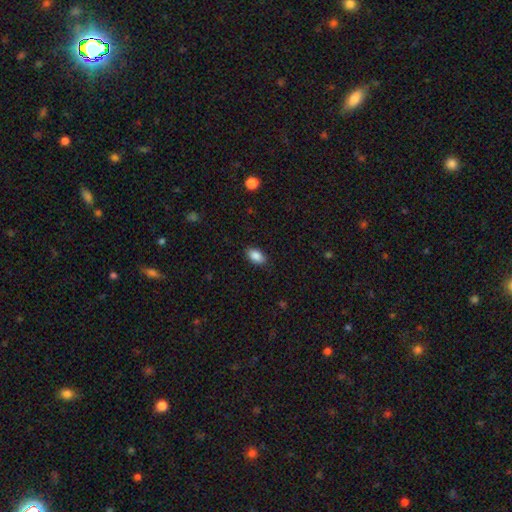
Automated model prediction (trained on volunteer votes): Overall: smooth (88%). How rounded: in between (92%). Merging: none (86%).